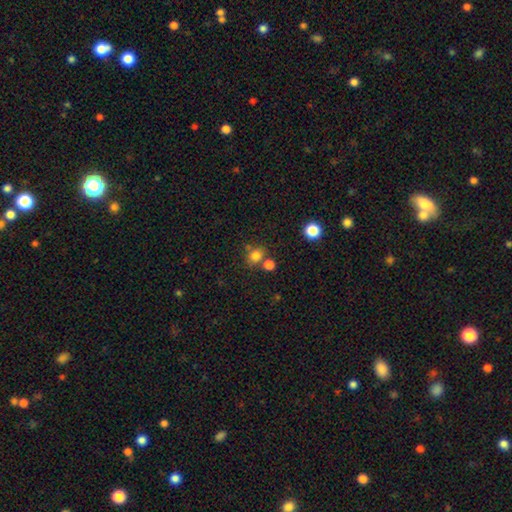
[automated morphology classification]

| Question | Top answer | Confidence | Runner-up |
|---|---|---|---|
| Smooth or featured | smooth | 77% | star or artifact (16%) |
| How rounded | round | 73% | in between (26%) |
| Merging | none | 63% | merger (21%) |